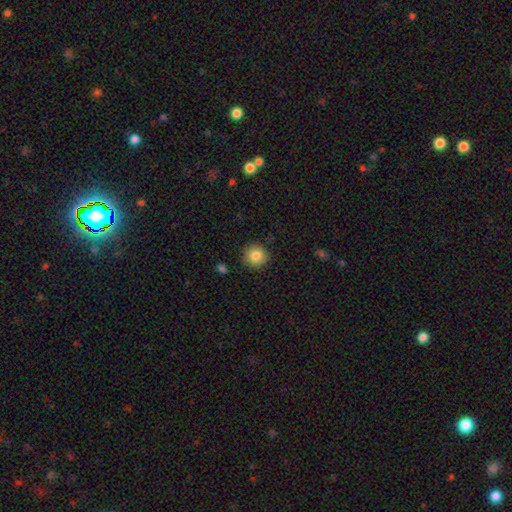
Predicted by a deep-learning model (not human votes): smooth 84%, star or artifact 9%, featured or disk 7%. Down the decision tree: how rounded — round (93%); merging — none (88%).